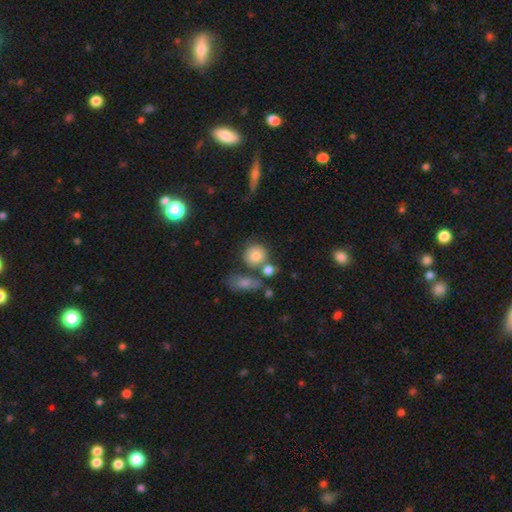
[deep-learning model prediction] Smooth or featured? Predicted: smooth (p=0.79). How rounded? Predicted: round (p=0.82). Merging? Predicted: none (p=0.54).